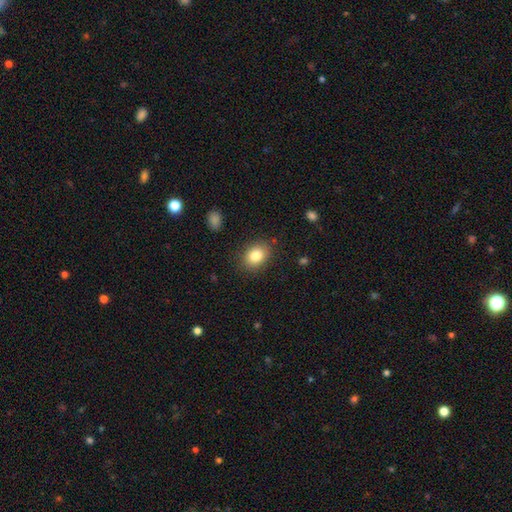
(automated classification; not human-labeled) The model was most divided on "how rounded": in between: 67%, round: 32%, cigar-shaped: 1%. More confident: merging — none (85%); smooth or featured — smooth (83%).